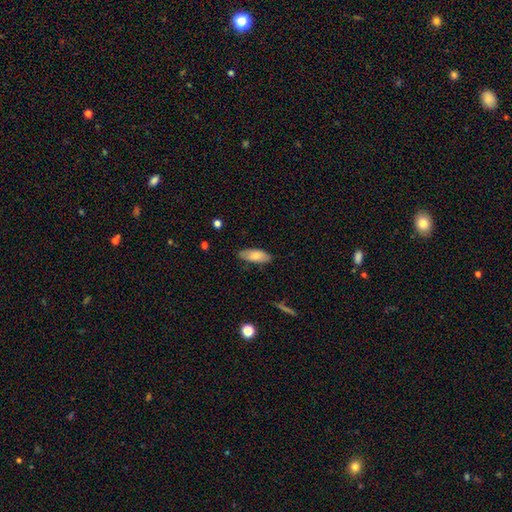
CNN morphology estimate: A smooth galaxy with no disk features (79%) that is in between round and cigar-shaped (79%). Merging: none (82%).